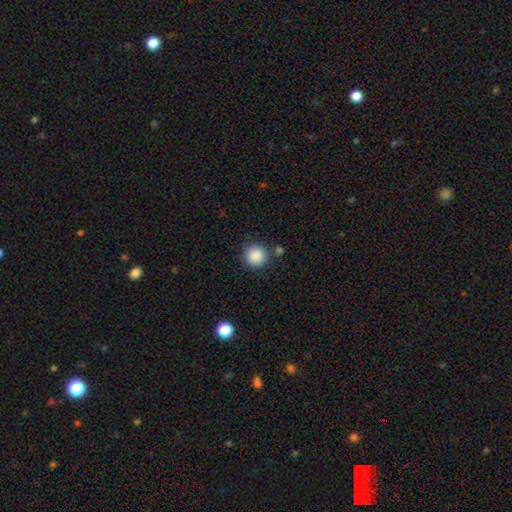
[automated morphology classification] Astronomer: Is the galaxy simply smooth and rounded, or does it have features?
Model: smooth — 88%.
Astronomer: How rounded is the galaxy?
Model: round — 94%.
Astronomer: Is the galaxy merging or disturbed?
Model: none — 85%.